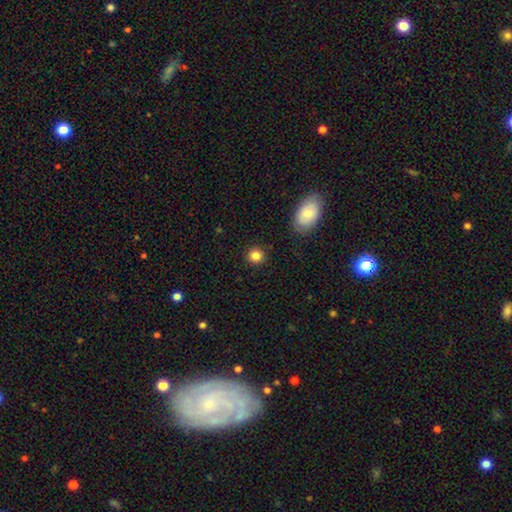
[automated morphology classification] This is clearly a smooth galaxy (84%). How rounded: clearly round (89%). Merging: clearly none (90%).